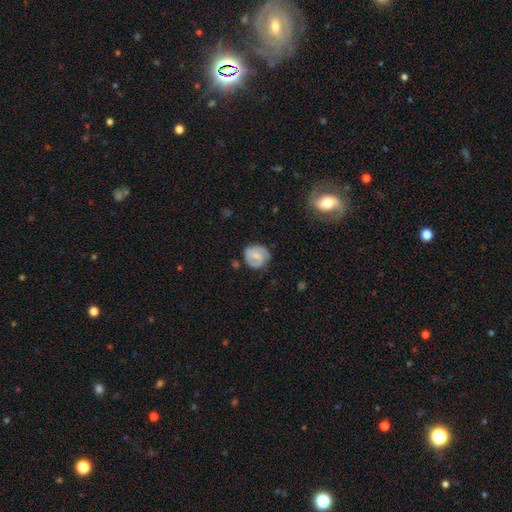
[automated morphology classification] A featured or disk galaxy (58%) with a weak bar (51%), spiral arms (83%) and a small central bulge (50%). Merging: none (72%).